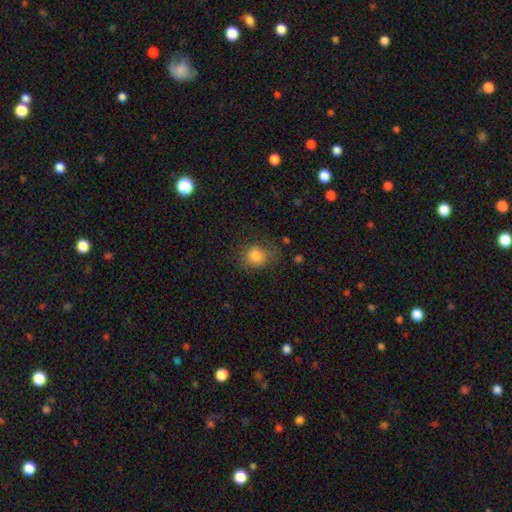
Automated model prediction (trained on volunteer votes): Morphology: type=smooth (82%); roundness=round (66%); merging=none (64%).